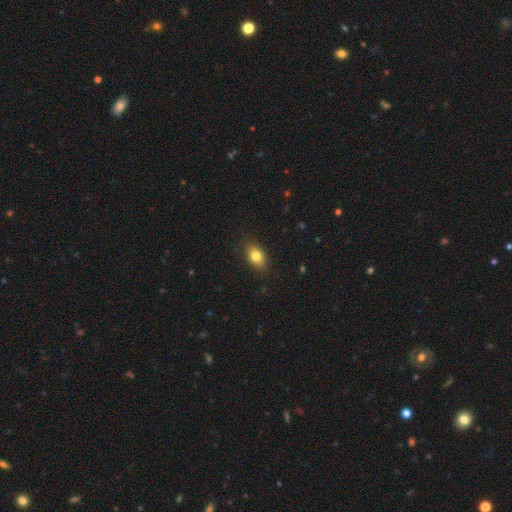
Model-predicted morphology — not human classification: A smooth galaxy with no disk features (80%) that is in between round and cigar-shaped (79%).

Vote fractions:
- Smooth or featured? smooth: 80% / featured or disk: 10% / star or artifact: 9%
- How rounded? in between: 79% / round: 19% / cigar-shaped: 3%
- Merging? none: 84% / minor disturbance: 13% / major disturbance: 3% / merger: 1%